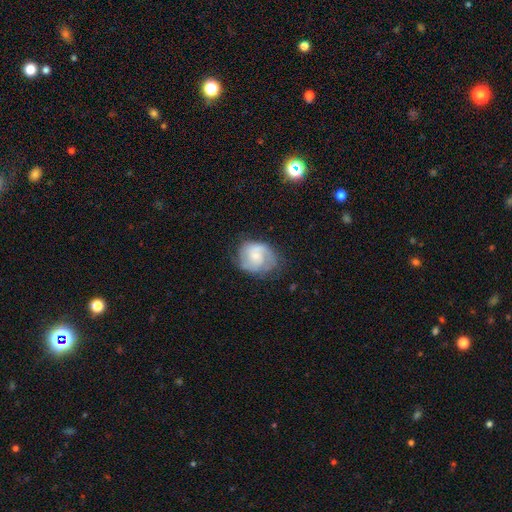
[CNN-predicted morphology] The model was most divided on "spiral winding": medium: 46%, tight: 37%, loose: 17%. More confident: edge-on disk — no (98%); spiral arms — yes (91%); smooth or featured — featured or disk (68%); spiral arm count — 2 (64%); merging — none (63%); bar — no (59%); bulge size — small (57%).